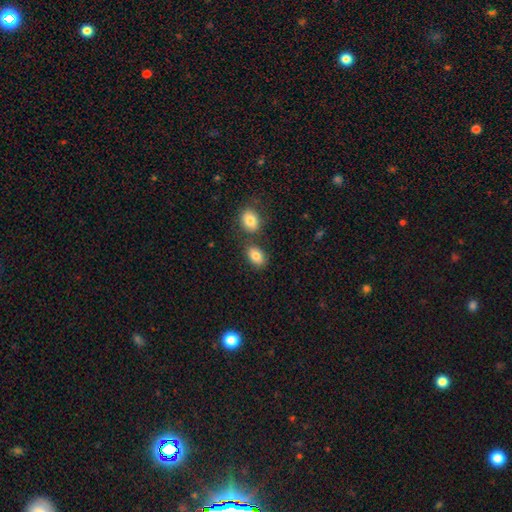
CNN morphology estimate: A smooth galaxy with no disk features (83%) that is in between round and cigar-shaped (84%). Merging: none (67%).